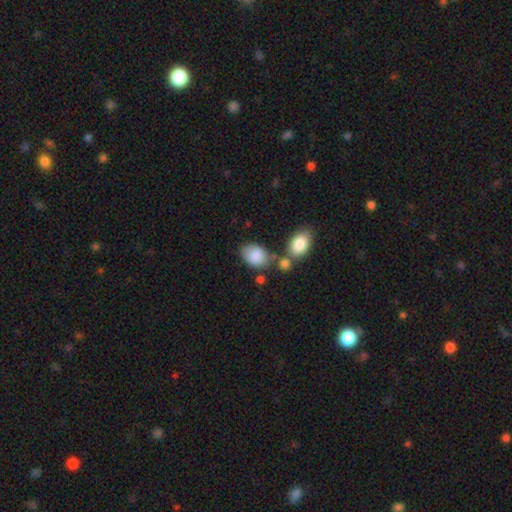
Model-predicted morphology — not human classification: This appears to be a smooth galaxy with no disk features (85%) that is in between round and cigar-shaped (80%). Merging: none (55%).